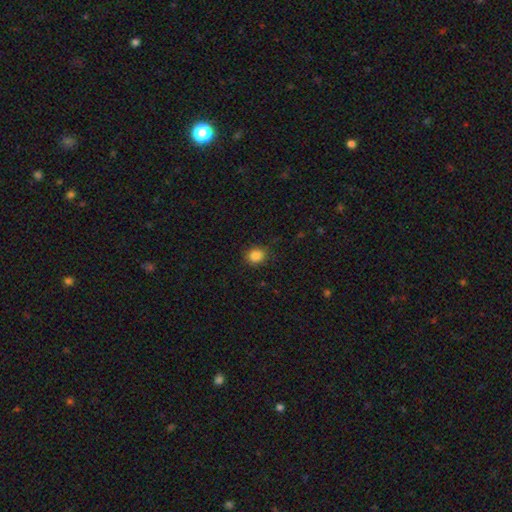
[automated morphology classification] Smooth or featured: smooth — 86% (star or artifact — 10%)
How rounded: round — 72% (in between — 27%)
Merging: none — 85% (minor disturbance — 11%)